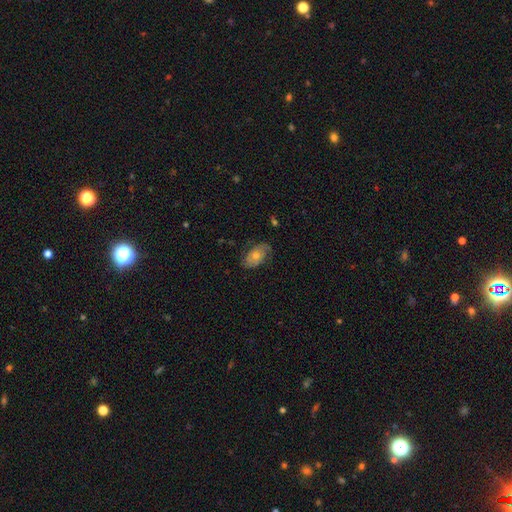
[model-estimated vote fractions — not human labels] This is possibly a featured or disk galaxy (52%). It is clearly not viewed edge-on (91%). Merging: likely none (74%).